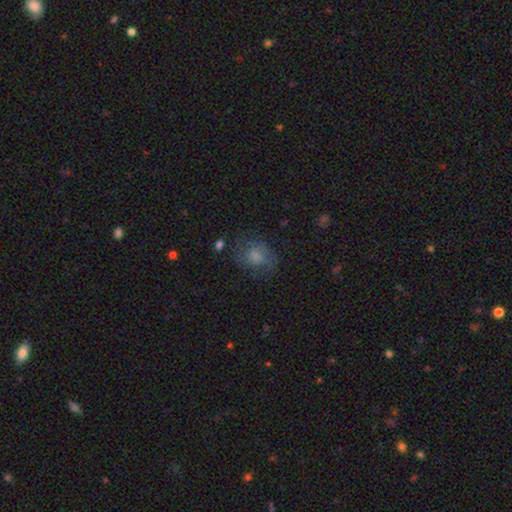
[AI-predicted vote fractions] smooth 52%, featured or disk 29%, star or artifact 19%. Down the decision tree: how rounded — round (58%); merging — none (69%).